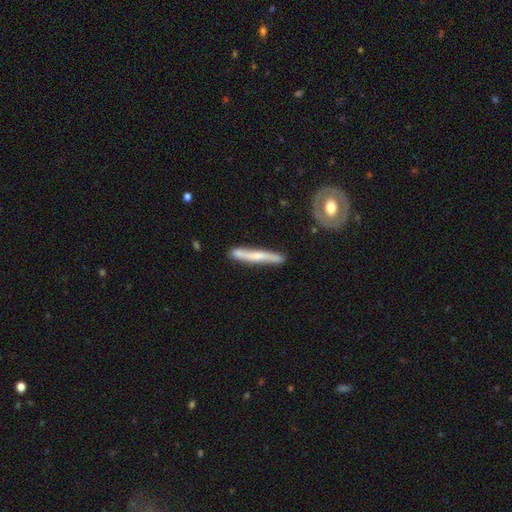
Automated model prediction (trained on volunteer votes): featured or disk 50%, smooth 45%, star or artifact 5%. Down the decision tree: edge-on disk — yes (85%); merging — none (82%).